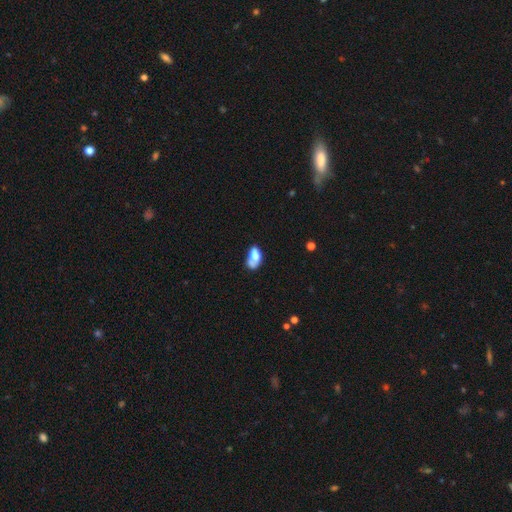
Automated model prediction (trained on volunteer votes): The model was most divided on "merging": merger: 33%, none: 27%, minor disturbance: 23%, major disturbance: 16%. More confident: how rounded — in between (89%); smooth or featured — smooth (69%).